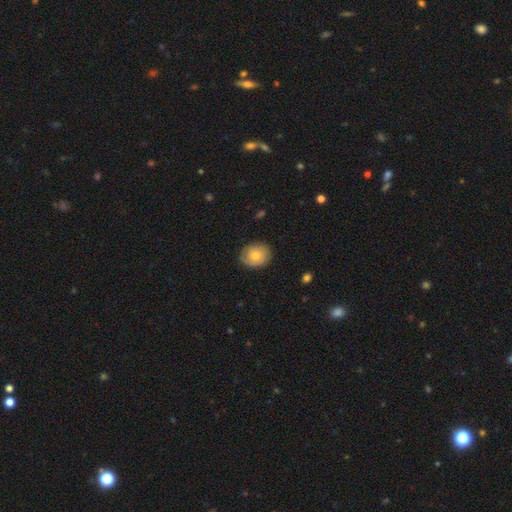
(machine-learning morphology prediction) Overall: smooth (62%; featured or disk 31%). How rounded: round (61%; in between 39%). Merging: none (79%).